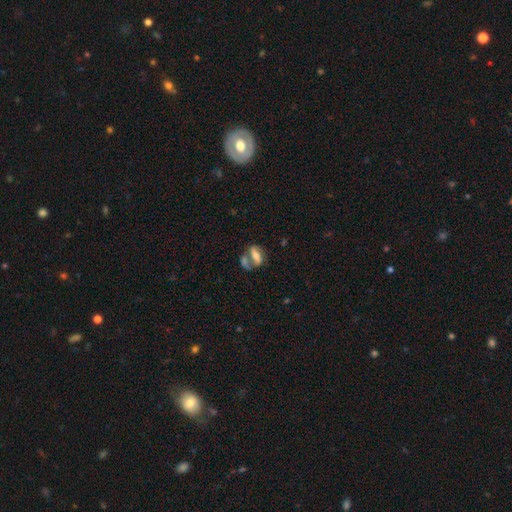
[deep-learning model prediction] Smooth or featured? Predicted: smooth (p=0.49). Merging? Predicted: merger (p=0.41).